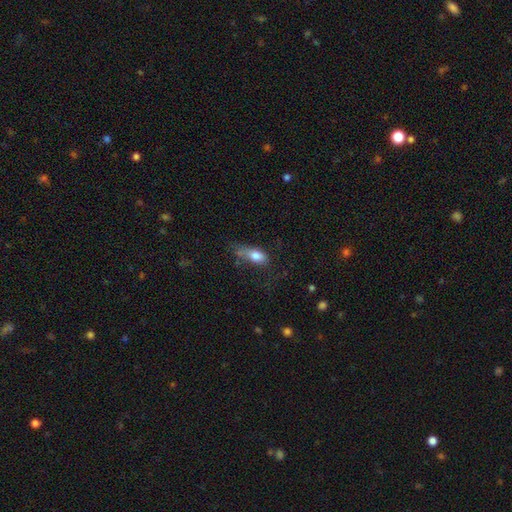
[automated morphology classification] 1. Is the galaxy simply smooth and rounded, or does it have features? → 76% smooth, 16% featured or disk, 8% star or artifact.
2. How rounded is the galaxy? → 80% in between, 14% cigar-shaped, 6% round.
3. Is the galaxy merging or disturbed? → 32% minor disturbance (tied), 32% none (tied), 30% major disturbance, 6% merger.